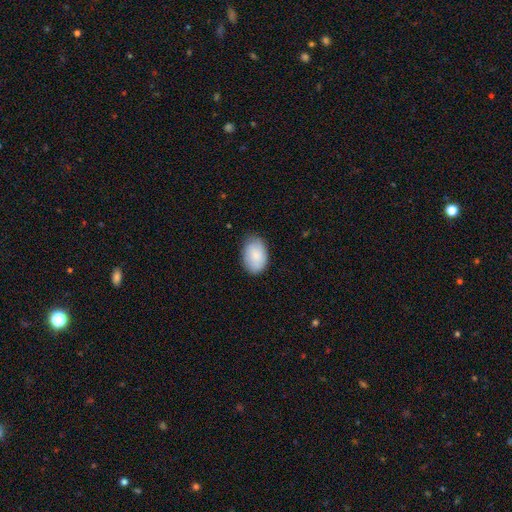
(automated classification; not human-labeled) smooth 84%, featured or disk 10%, star or artifact 6%. Down the decision tree: how rounded — in between (89%); merging — none (80%).